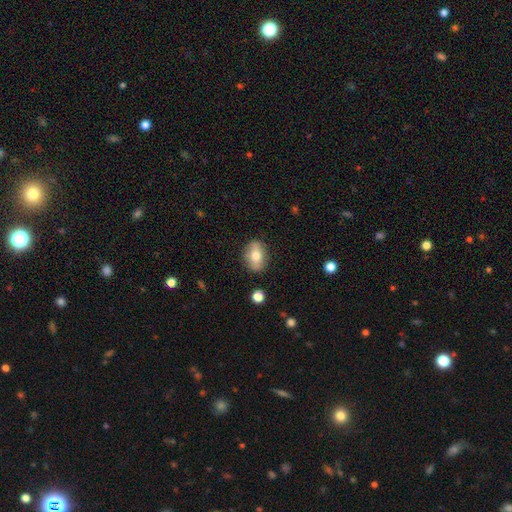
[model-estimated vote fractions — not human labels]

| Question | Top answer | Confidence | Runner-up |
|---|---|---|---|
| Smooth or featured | smooth | 64% | featured or disk (28%) |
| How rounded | in between | 78% | round (18%) |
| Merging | none | 84% | minor disturbance (12%) |